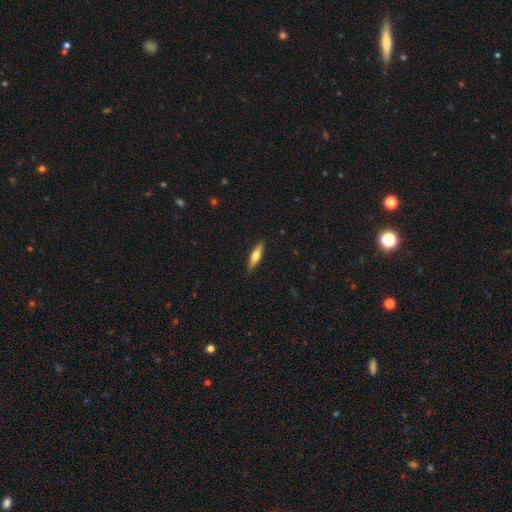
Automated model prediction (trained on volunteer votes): The model was most divided on "smooth or featured": smooth: 49%, featured or disk: 45%, star or artifact: 6%. More confident: merging — none (88%).